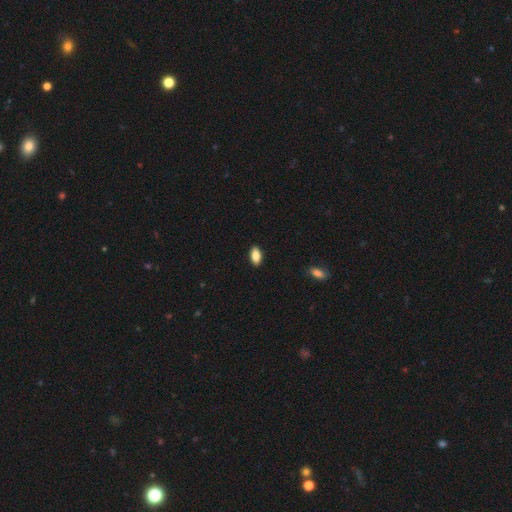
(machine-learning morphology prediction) smooth 84%, featured or disk 9%, star or artifact 7%. Down the decision tree: how rounded — in between (90%); merging — none (90%).